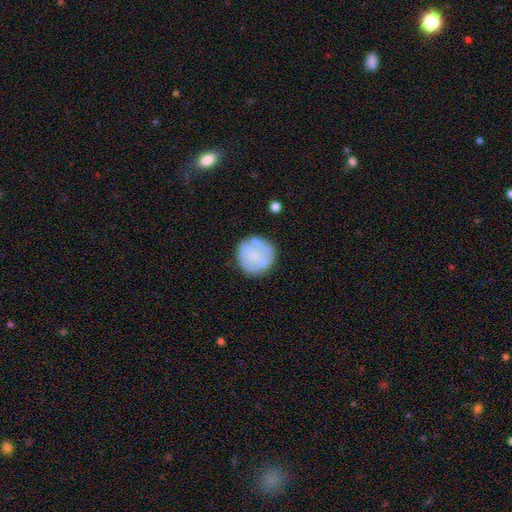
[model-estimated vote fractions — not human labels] The model was most divided on "smooth or featured": smooth: 49%, featured or disk: 44%, star or artifact: 7%. More confident: merging — none (66%).